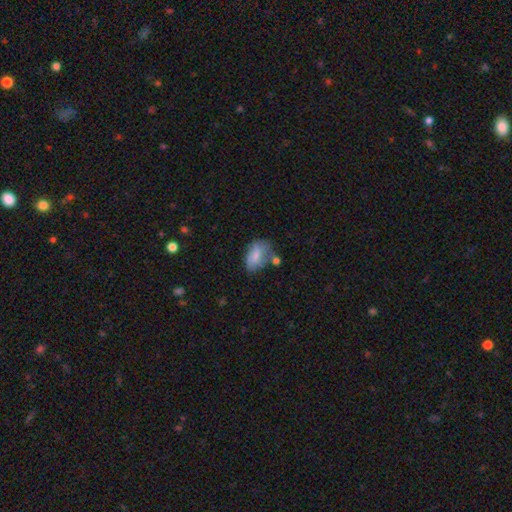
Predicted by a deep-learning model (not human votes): smooth-or-featured: smooth: 70% | featured or disk: 22% | star or artifact: 8%
  how-rounded: in between: 87% | round: 11% | cigar-shaped: 2%
  merging: none: 41% | minor disturbance: 32% | major disturbance: 16% | merger: 12%